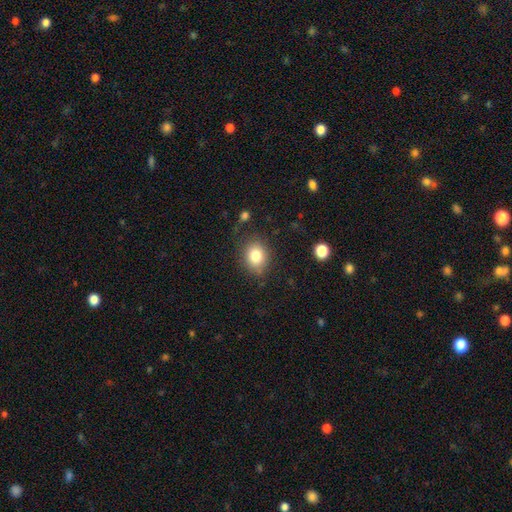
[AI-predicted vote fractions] This is clearly a smooth galaxy (81%). How rounded: possibly round (60%). Merging: likely none (78%).